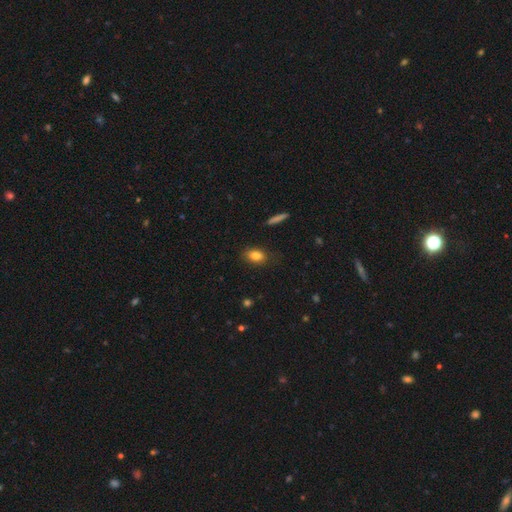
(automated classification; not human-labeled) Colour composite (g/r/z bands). It shows a smooth galaxy with no disk features (83%) that is in between round and cigar-shaped (83%). Merging: none (83%).